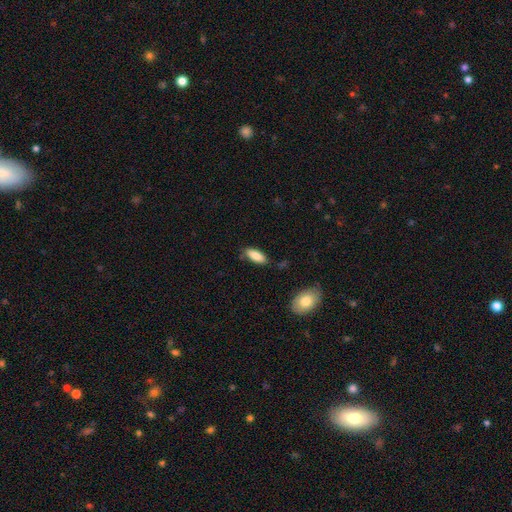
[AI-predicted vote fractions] The model was most divided on "how rounded": in between: 77%, cigar-shaped: 22%, round: 2%. More confident: smooth or featured — smooth (86%); merging — none (75%).